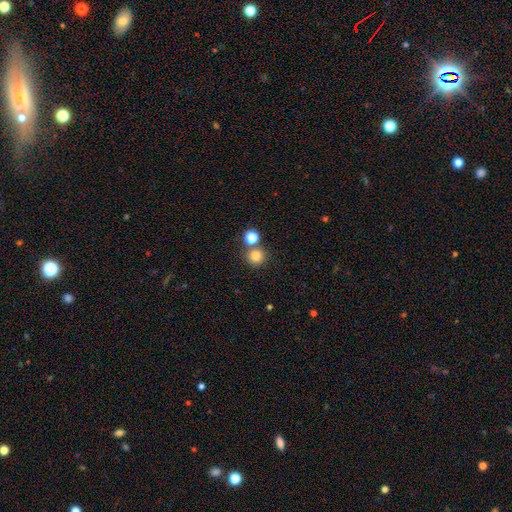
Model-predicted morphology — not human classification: smooth 80%, star or artifact 14%, featured or disk 6%. Down the decision tree: how rounded — round (93%); merging — none (71%).